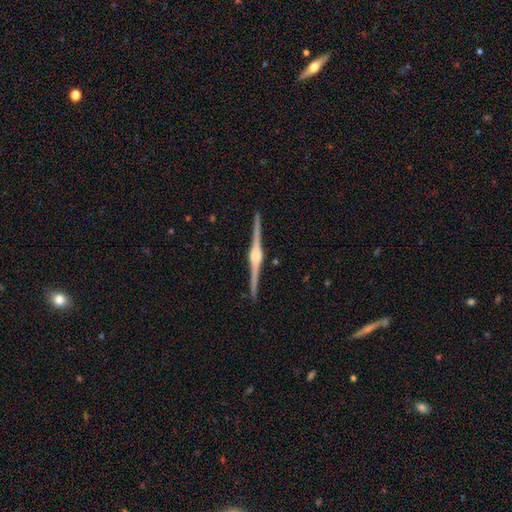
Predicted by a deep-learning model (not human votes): smooth_or_featured: featured or disk (p=0.90) [alt: star or artifact p=0.05]
disk_edge_on: yes (p=0.99) [alt: no p=0.01]
edge_on_bulge: rounded (p=0.82) [alt: boxy p=0.15]
merging: none (p=0.92) [alt: minor disturbance p=0.06]